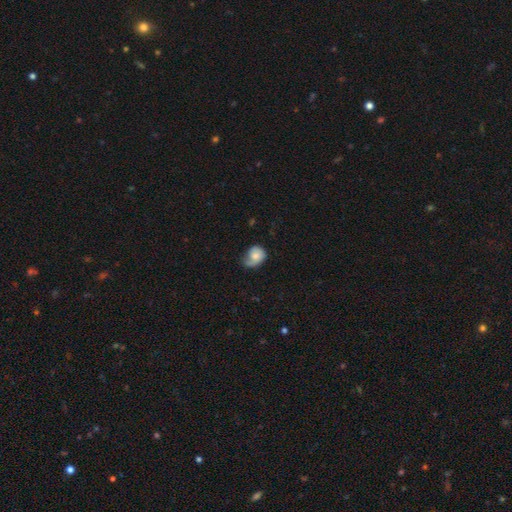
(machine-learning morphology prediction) Smooth or featured?
  - smooth: 60% *
  - featured or disk: 33%
  - star or artifact: 7%
How rounded?
  - in between: 50% *
  - round: 48%
  - cigar-shaped: 1%
Merging?
  - minor disturbance: 38% *
  - none: 35%
  - major disturbance: 25%
  - merger: 3%